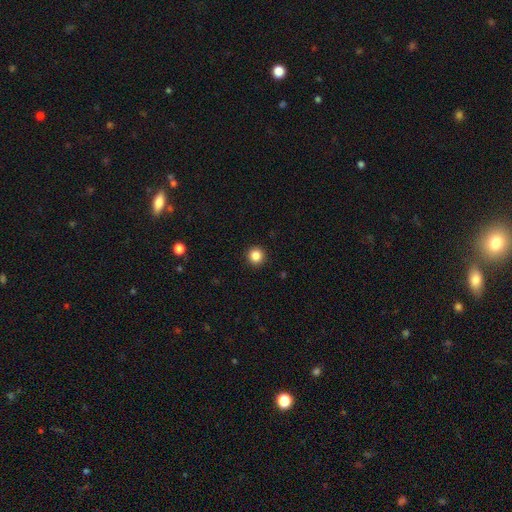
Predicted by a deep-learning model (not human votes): Q: Smooth or featured?
A: smooth (86%); runner-up: star or artifact (11%)
Q: How rounded?
A: round (95%); runner-up: in between (4%)
Q: Merging?
A: none (93%); runner-up: minor disturbance (4%)